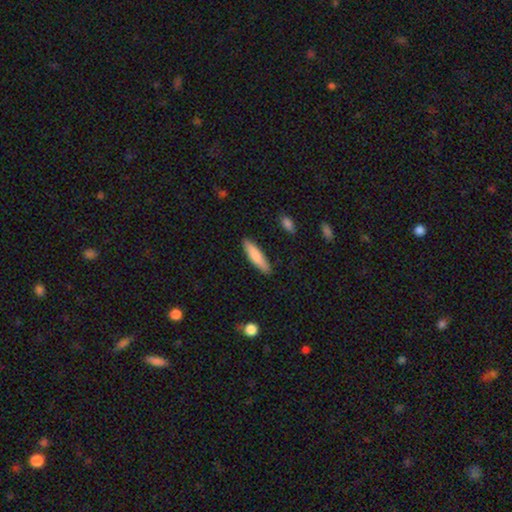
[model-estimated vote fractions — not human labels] smooth-or-featured: smooth: 81% | featured or disk: 14% | star or artifact: 5%
  how-rounded: cigar-shaped: 73% | in between: 25% | round: 1%
  merging: none: 88% | minor disturbance: 8% | major disturbance: 2% | merger: 1%